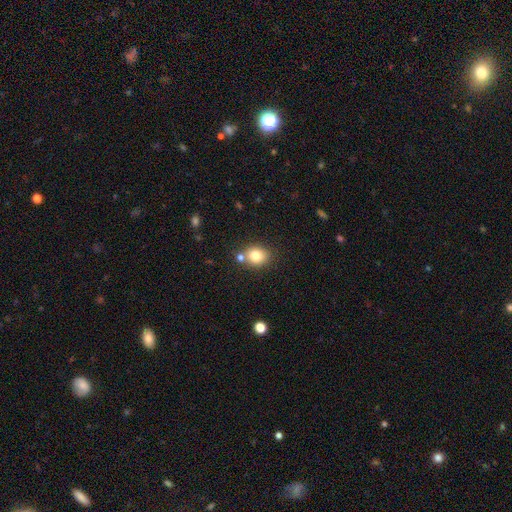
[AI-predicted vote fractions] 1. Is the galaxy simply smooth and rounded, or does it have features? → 80% smooth, 11% star or artifact, 10% featured or disk.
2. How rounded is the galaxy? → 65% round, 34% in between, 1% cigar-shaped.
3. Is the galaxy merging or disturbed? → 70% none, 16% merger, 11% minor disturbance, 3% major disturbance.